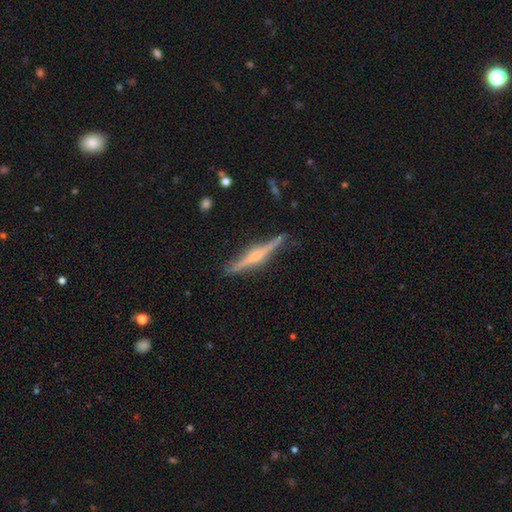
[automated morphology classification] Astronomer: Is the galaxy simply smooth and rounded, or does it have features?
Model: featured or disk — 75%.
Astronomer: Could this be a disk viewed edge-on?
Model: yes — 98%.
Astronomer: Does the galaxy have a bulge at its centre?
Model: rounded — 63%.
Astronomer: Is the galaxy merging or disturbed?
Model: none — 86%.